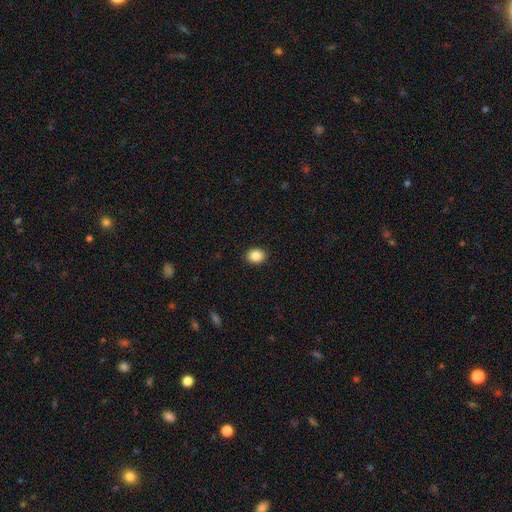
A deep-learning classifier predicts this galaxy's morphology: smooth_or_featured: smooth (p=0.87) [alt: star or artifact p=0.09]
how_rounded: round (p=0.53) [alt: in between p=0.46]
merging: none (p=0.91) [alt: minor disturbance p=0.07]